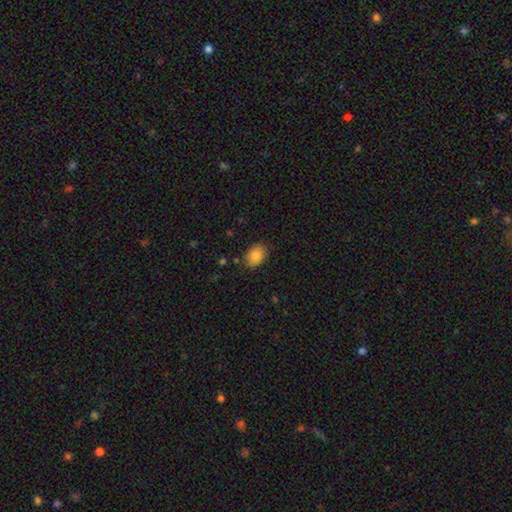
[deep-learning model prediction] The model was most divided on "how rounded": in between: 81%, round: 18%, cigar-shaped: 1%. More confident: merging — none (84%); smooth or featured — smooth (84%).